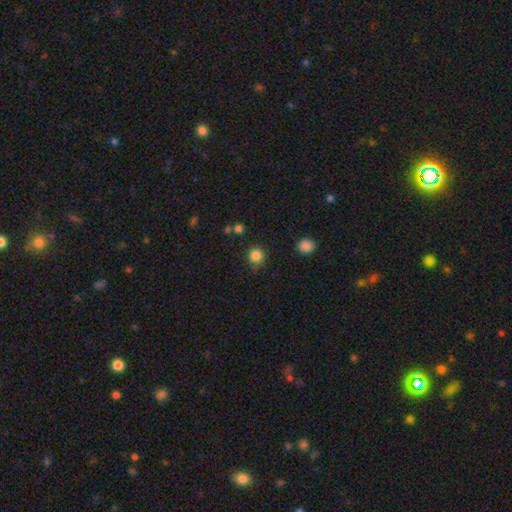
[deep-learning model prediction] smooth 84%, star or artifact 12%, featured or disk 4%. Down the decision tree: how rounded — round (90%); merging — none (77%).